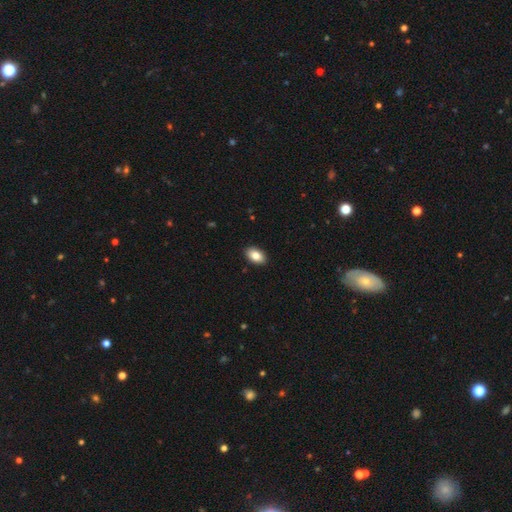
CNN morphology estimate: Smooth or featured?
  - smooth: 85% *
  - featured or disk: 8%
  - star or artifact: 7%
How rounded?
  - in between: 91% *
  - round: 8%
  - cigar-shaped: 1%
Merging?
  - none: 90% *
  - minor disturbance: 7%
  - major disturbance: 2%
  - merger: 1%